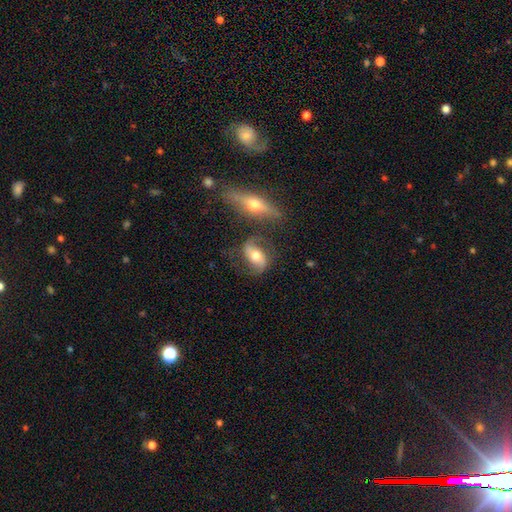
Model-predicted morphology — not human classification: Q: Smooth or featured?
A: featured or disk (67%); runner-up: smooth (26%)
Q: Edge-on disk?
A: no (90%); runner-up: yes (10%)
Q: Bar?
A: no (38%); runner-up: weak (35%)
Q: Spiral arms?
A: yes (88%); runner-up: no (12%)
Q: Spiral winding?
A: loose (53%); runner-up: medium (36%)
Q: Spiral arm count?
A: 2 (91%); runner-up: can't tell (4%)
Q: Bulge size?
A: moderate (70%); runner-up: small (14%)
Q: Merging?
A: none (62%); runner-up: minor disturbance (18%)